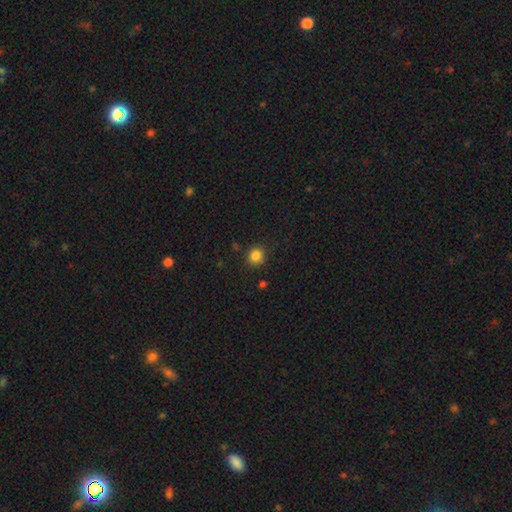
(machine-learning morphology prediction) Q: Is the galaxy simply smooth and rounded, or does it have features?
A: smooth — 84%.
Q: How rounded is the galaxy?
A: round — 87%.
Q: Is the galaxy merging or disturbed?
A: none — 85%.